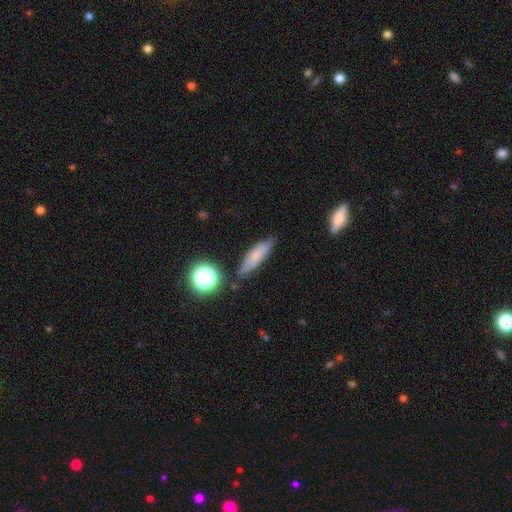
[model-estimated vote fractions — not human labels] Q: Smooth or featured?
A: smooth (69%); runner-up: featured or disk (20%)
Q: How rounded?
A: cigar-shaped (57%); runner-up: in between (37%)
Q: Merging?
A: none (75%); runner-up: minor disturbance (18%)